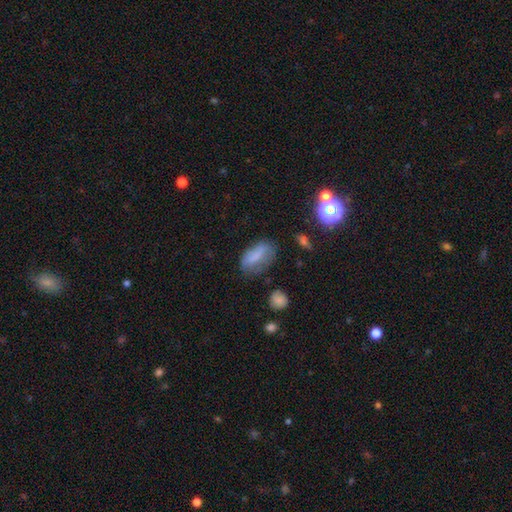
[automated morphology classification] Smooth or featured? smooth (69%)
How rounded? in between (85%)
Merging? none (52%)